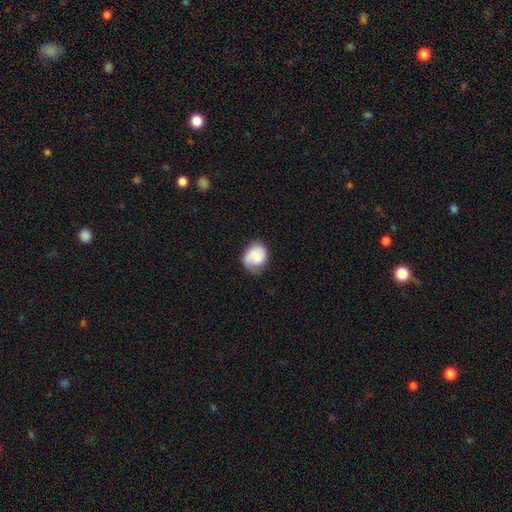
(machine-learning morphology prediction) smooth_or_featured: smooth (p=0.62) [alt: featured or disk p=0.31]
how_rounded: round (p=0.57) [alt: in between p=0.42]
merging: none (p=0.51) [alt: minor disturbance p=0.31]